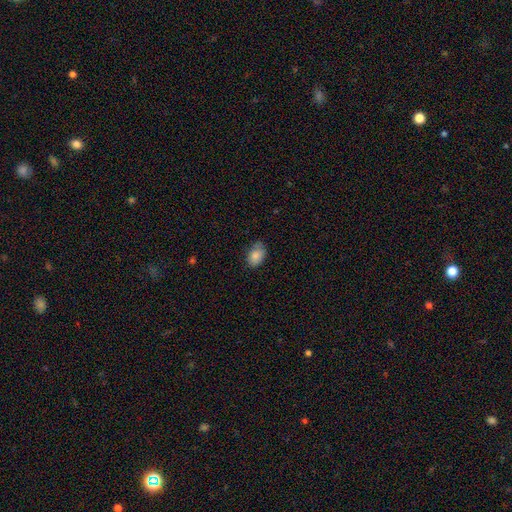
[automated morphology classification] The model was most divided on "merging": none: 69%, minor disturbance: 25%, major disturbance: 5%, merger: 1%. More confident: smooth or featured — smooth (86%); how rounded — in between (84%).